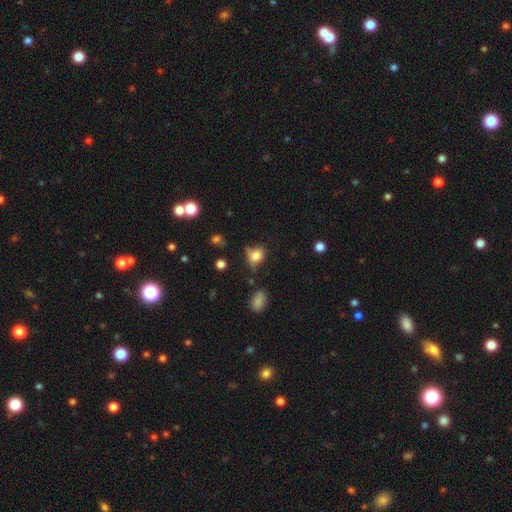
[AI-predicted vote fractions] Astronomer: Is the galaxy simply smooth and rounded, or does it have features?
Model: smooth — 77%.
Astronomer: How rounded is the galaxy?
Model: round — 51% (runner-up: in between, 47%).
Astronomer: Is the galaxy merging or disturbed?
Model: none — 47% (runner-up: minor disturbance, 32%).